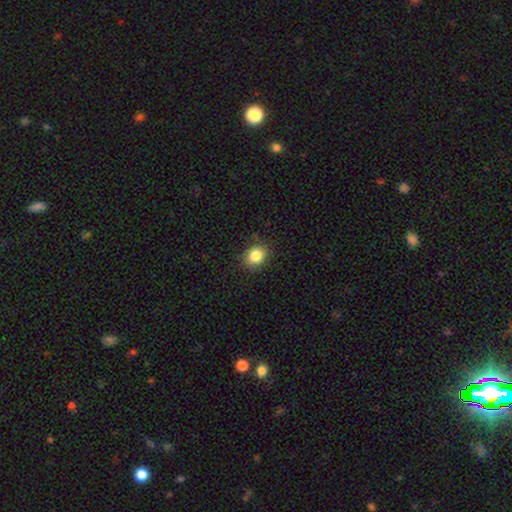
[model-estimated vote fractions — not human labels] Overall: smooth (84%). How rounded: round (61%; in between 38%). Merging: none (86%).